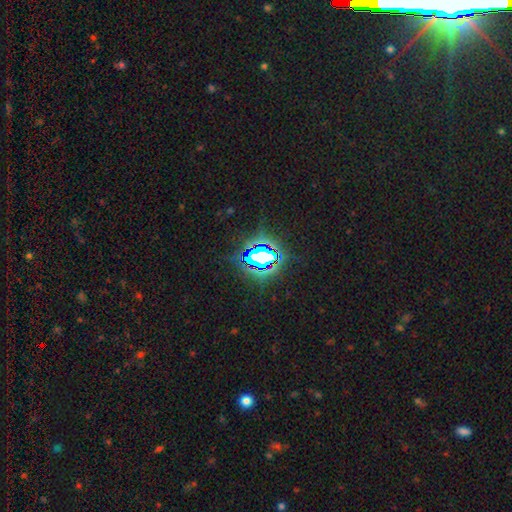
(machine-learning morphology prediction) star or artifact 79%, smooth 12%, featured or disk 9%.